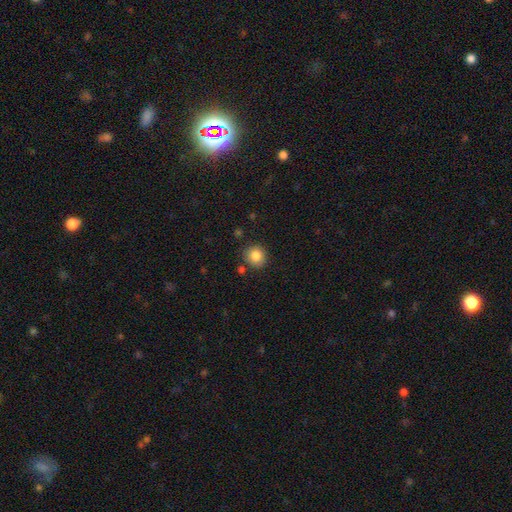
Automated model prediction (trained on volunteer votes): smooth 85%, star or artifact 9%, featured or disk 6%. Down the decision tree: how rounded — round (87%); merging — none (84%).